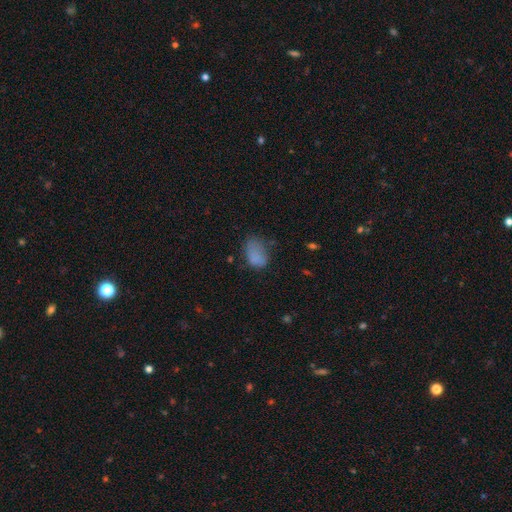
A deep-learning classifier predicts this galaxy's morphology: A smooth galaxy with no disk features (77%) that is in between round and cigar-shaped (87%). Merging: none (45%).